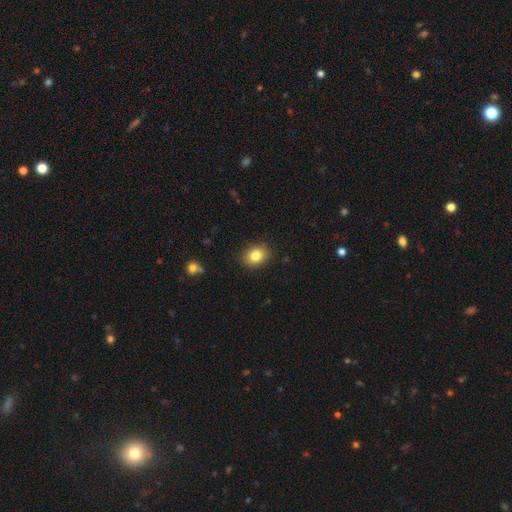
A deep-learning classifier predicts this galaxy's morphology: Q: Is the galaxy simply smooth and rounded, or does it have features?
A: smooth — 82%.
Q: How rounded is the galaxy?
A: in between — 51%.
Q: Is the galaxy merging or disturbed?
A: none — 87%.